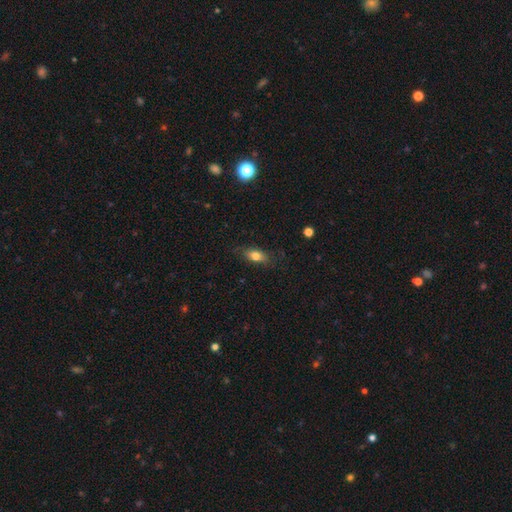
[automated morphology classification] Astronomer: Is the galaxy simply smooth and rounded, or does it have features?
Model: smooth — 77%.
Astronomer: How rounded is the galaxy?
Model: in between — 81%.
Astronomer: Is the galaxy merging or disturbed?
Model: none — 76%.